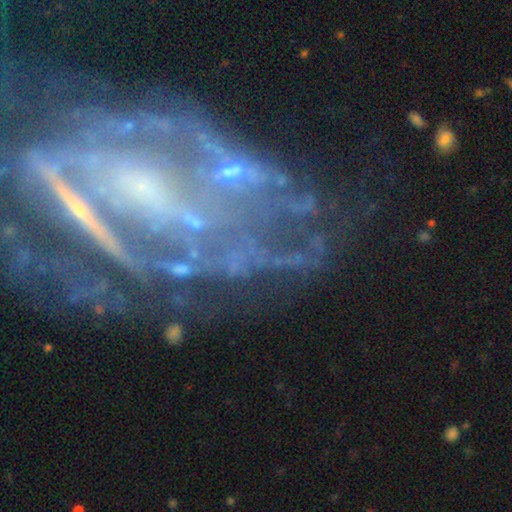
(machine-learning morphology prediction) The model was most divided on "smooth or featured": featured or disk: 50%, star or artifact: 38%, smooth: 13%. More confident: merging — none (52%).